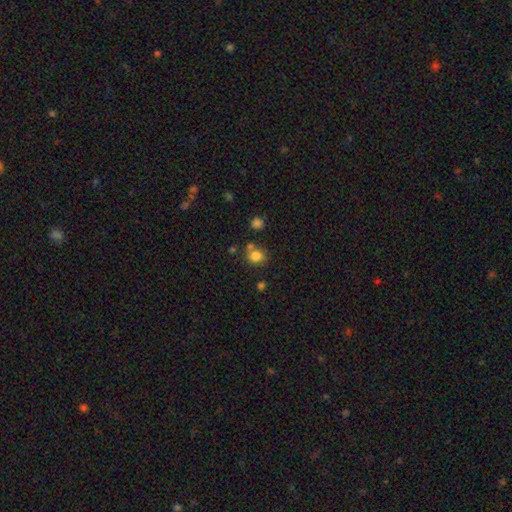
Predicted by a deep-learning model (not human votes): Morphology: type=smooth (81%); roundness=round (78%); merging=none (66%).